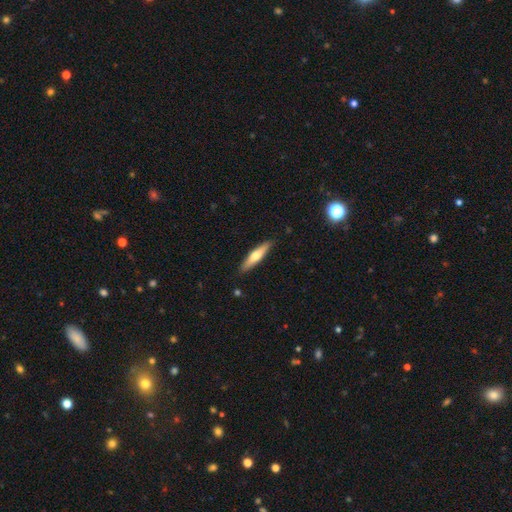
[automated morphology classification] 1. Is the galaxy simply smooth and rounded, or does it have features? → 57% smooth, 38% featured or disk, 5% star or artifact.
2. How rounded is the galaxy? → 81% cigar-shaped, 17% in between, 1% round.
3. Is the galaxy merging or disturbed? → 89% none, 9% minor disturbance, 2% major disturbance, 1% merger.